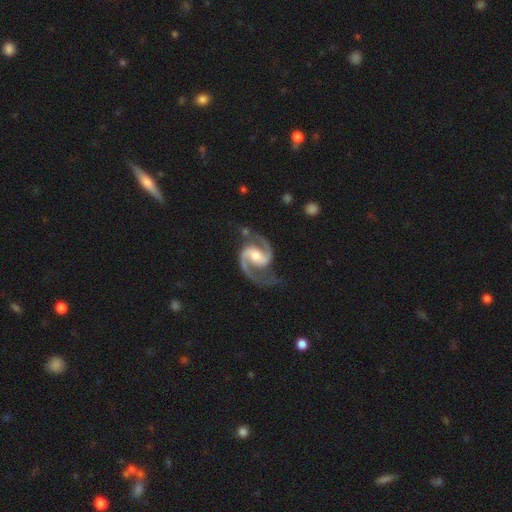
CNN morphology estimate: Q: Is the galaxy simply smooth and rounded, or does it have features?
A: featured or disk — 94%.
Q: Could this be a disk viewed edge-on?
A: no — 98%.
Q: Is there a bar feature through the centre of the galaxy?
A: weak — 42%.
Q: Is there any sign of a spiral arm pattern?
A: yes — 99%.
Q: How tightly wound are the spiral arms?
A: medium — 67%.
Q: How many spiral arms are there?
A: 2 — 94%.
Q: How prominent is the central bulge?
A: moderate — 66%.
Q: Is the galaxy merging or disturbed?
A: none — 75%.